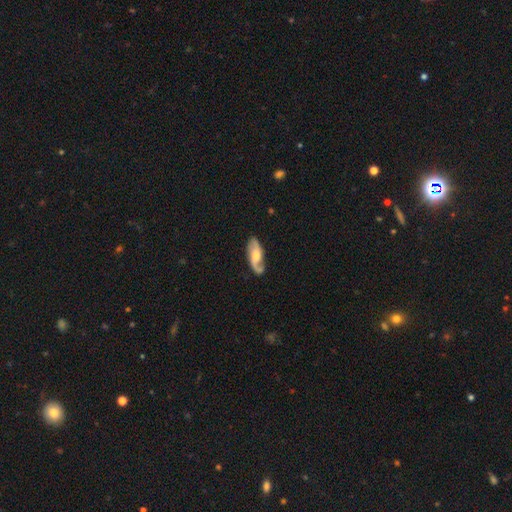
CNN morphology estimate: A featured or disk galaxy (69%) with no bar (57%), 2 (76%) loose (45%) spiral arms (92%) and a moderate central bulge (55%).

Vote fractions:
- Smooth or featured? featured or disk: 69% / smooth: 26% / star or artifact: 5%
- Edge-on disk? no: 90% / yes: 10%
- Bar? no: 57% / weak: 34% / strong: 9%
- Spiral arms? yes: 92% / no: 8%
- Spiral winding? loose: 45% / medium: 38% / tight: 16%
- Spiral arm count? 2: 76% / 1: 15% / can't tell: 6% / 3: 1% / 4: 1% / more than 4: 1%
- Bulge size? moderate: 55% / small: 25% / large: 13% / none: 6% / dominant: 2%
- Merging? none: 70% / minor disturbance: 20% / major disturbance: 7% / merger: 3%